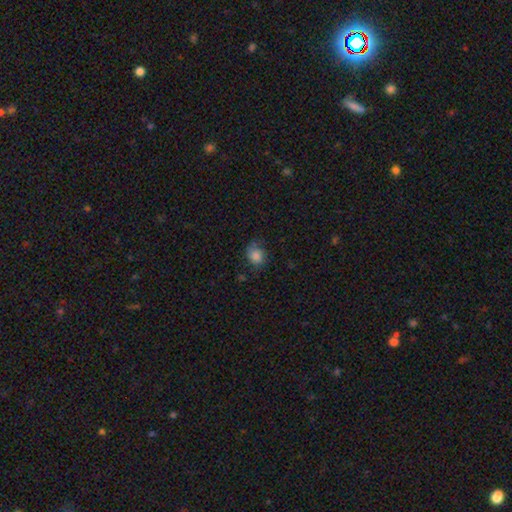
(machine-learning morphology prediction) Smooth or featured?
  - smooth: 81% *
  - star or artifact: 10%
  - featured or disk: 9%
How rounded?
  - round: 57% *
  - in between: 42%
  - cigar-shaped: 1%
Merging?
  - none: 59% *
  - minor disturbance: 29%
  - major disturbance: 11%
  - merger: 2%